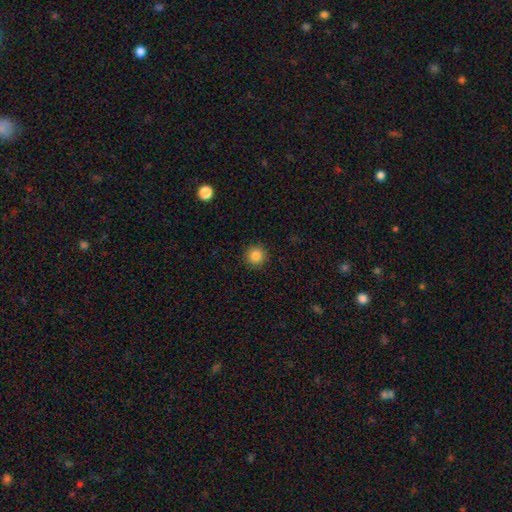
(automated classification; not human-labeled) This is clearly a smooth galaxy (85%). How rounded: clearly round (95%). Merging: clearly none (92%).